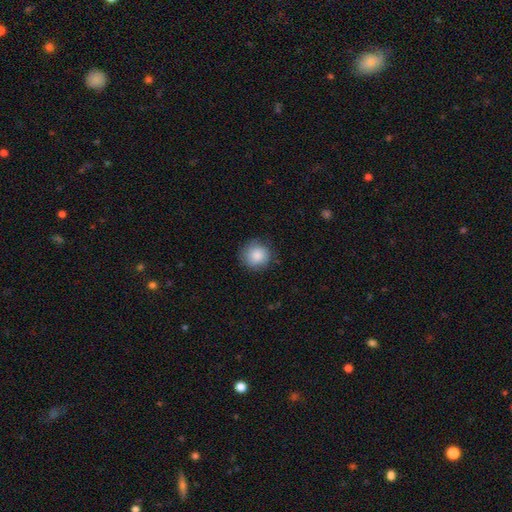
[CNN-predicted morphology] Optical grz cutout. It shows a smooth galaxy with no disk features (87%) that is round (92%). Merging: none (84%).